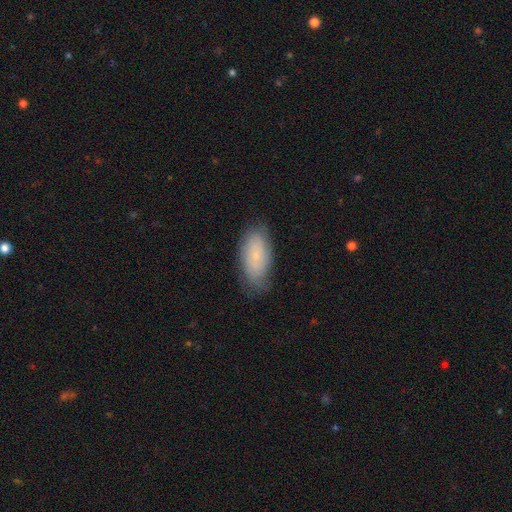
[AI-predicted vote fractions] A smooth galaxy with no disk features (64%) that is in between round and cigar-shaped (90%).

Vote fractions:
- Smooth or featured? smooth: 64% / featured or disk: 29% / star or artifact: 8%
- How rounded? in between: 90% / cigar-shaped: 8% / round: 3%
- Merging? none: 73% / minor disturbance: 21% / major disturbance: 5% / merger: 1%